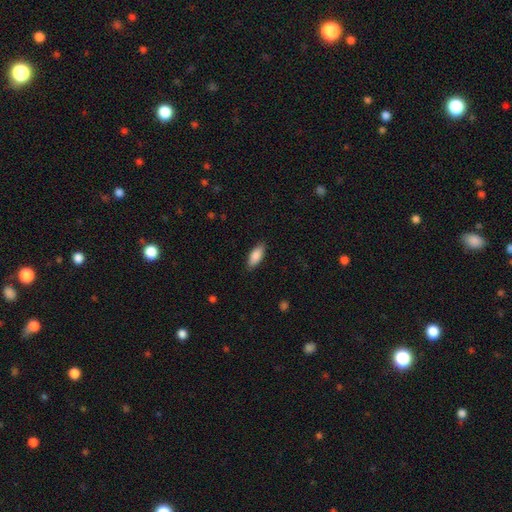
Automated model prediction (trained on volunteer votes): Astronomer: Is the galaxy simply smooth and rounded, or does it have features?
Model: smooth — 87%.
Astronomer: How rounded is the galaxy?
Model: in between — 80%.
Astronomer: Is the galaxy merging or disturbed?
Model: none — 87%.